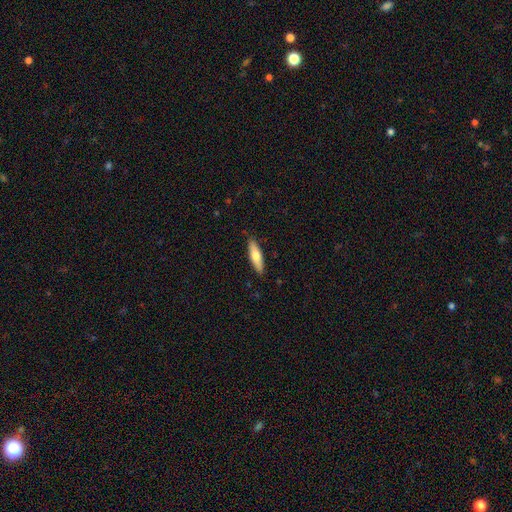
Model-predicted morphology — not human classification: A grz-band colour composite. It shows a smooth galaxy with no disk features (66%) that is cigar-shaped (65%). Merging: none (89%).